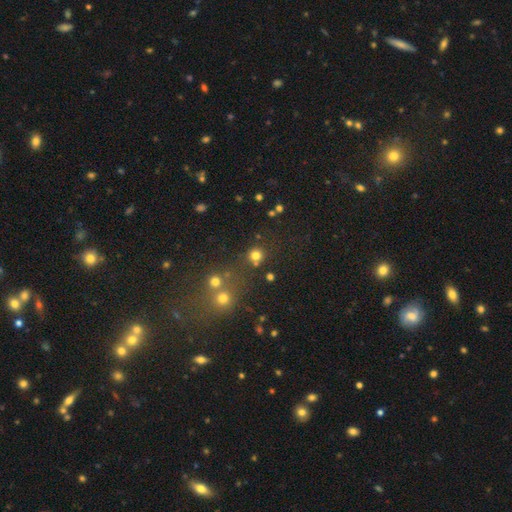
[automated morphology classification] The model was most divided on "smooth or featured": smooth: 76%, star or artifact: 18%, featured or disk: 6%. More confident: how rounded — round (93%); merging — none (79%).